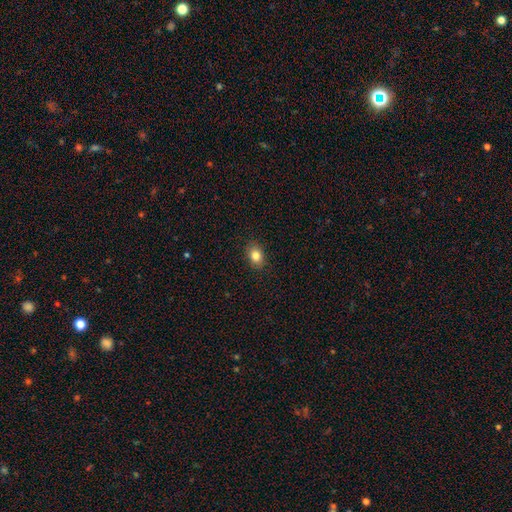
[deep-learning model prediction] smooth-or-featured: smooth: 83% | star or artifact: 9% | featured or disk: 7%
  how-rounded: in between: 75% | round: 24% | cigar-shaped: 1%
  merging: none: 89% | minor disturbance: 8% | major disturbance: 2% | merger: 1%